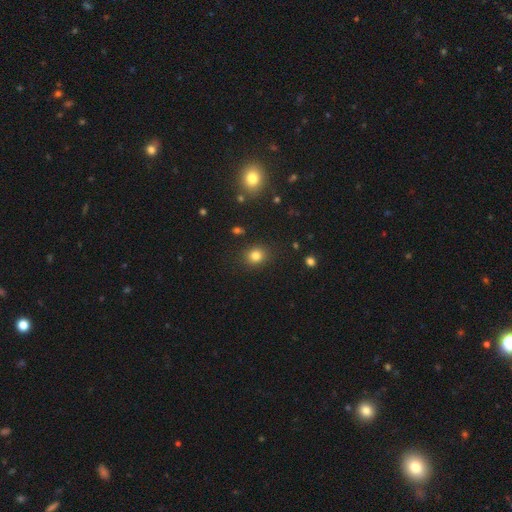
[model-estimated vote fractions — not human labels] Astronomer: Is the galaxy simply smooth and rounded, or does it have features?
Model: smooth — 81%.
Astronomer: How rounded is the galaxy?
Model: round — 72%.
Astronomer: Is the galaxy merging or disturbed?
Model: none — 87%.